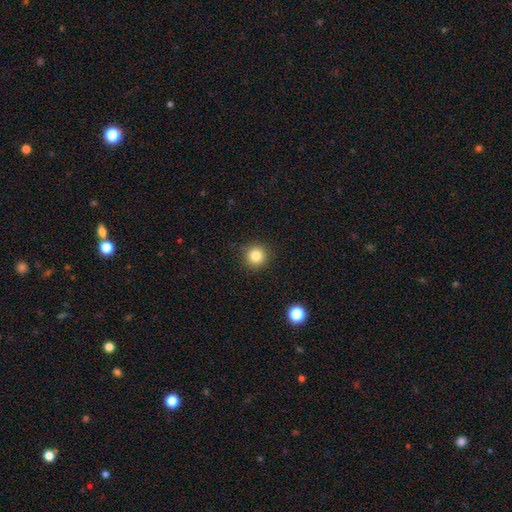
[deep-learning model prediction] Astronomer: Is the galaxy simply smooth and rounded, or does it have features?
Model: smooth — 82%.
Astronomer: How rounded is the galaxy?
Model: round — 94%.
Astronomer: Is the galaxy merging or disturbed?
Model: none — 89%.